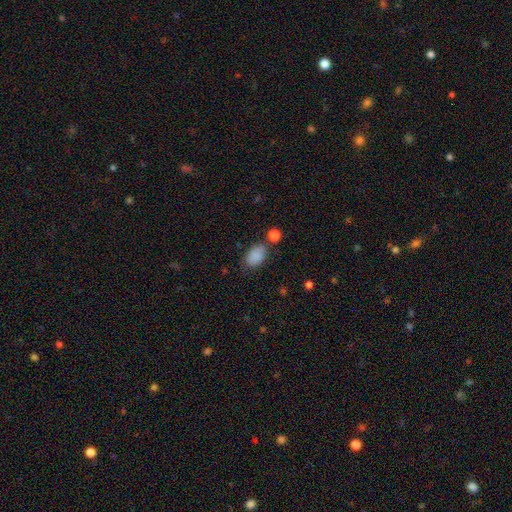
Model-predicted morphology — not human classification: Smooth or featured?
  - smooth: 87% *
  - star or artifact: 8%
  - featured or disk: 4%
How rounded?
  - in between: 91% *
  - round: 7%
  - cigar-shaped: 2%
Merging?
  - none: 69% *
  - minor disturbance: 18%
  - merger: 8%
  - major disturbance: 5%